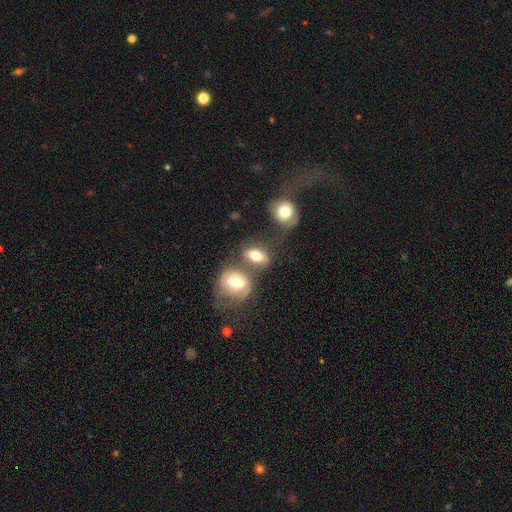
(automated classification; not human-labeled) A smooth galaxy with no disk features (72%) that is in between round and cigar-shaped (76%). Merging: none (42%).